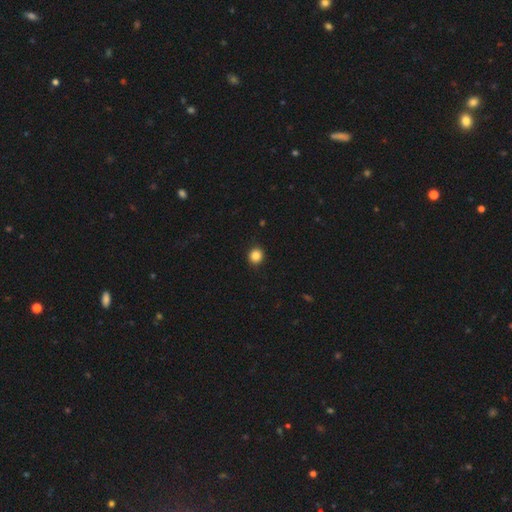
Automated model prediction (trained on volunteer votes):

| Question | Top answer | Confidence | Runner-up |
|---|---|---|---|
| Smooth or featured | smooth | 85% | star or artifact (11%) |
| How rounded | round | 86% | in between (14%) |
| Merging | none | 91% | minor disturbance (6%) |